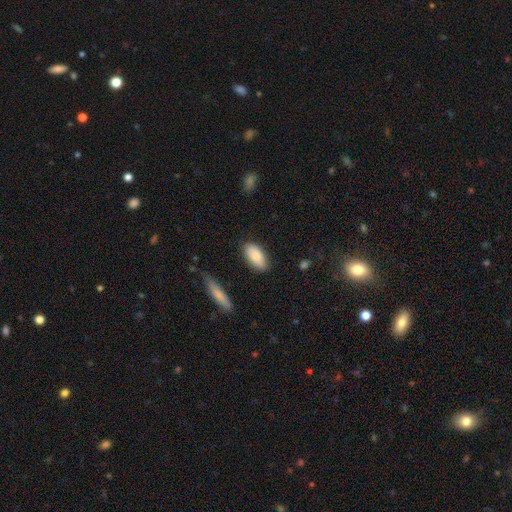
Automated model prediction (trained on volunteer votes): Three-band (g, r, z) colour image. It shows a smooth galaxy with no disk features (81%) that is in between round and cigar-shaped (92%). Merging: none (80%).